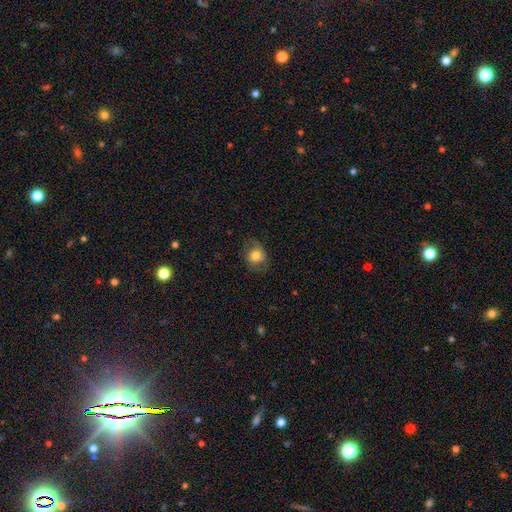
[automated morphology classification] A smooth galaxy with no disk features (71%) that is round (63%). Merging: none (72%).